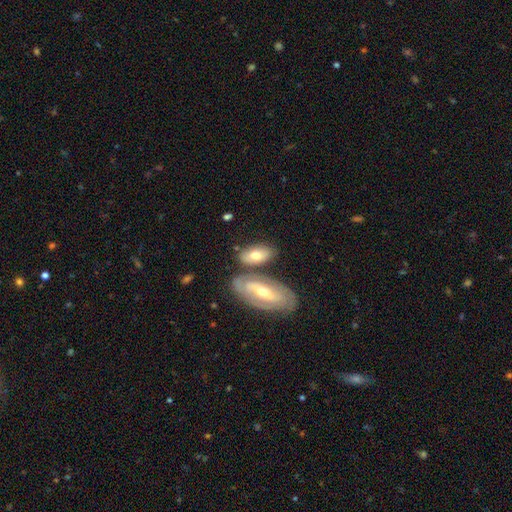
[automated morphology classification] type=smooth (56%); roundness=in between (88%); merging=none (54%).